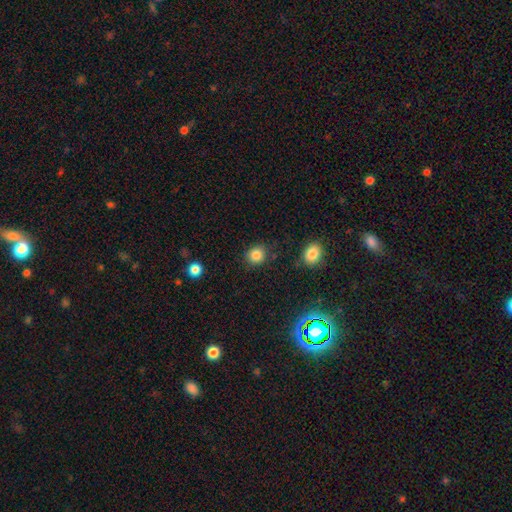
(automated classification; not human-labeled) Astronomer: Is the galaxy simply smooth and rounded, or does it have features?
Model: smooth — 85%.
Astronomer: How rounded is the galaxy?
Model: round — 84%.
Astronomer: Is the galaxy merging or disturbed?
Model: none — 85%.